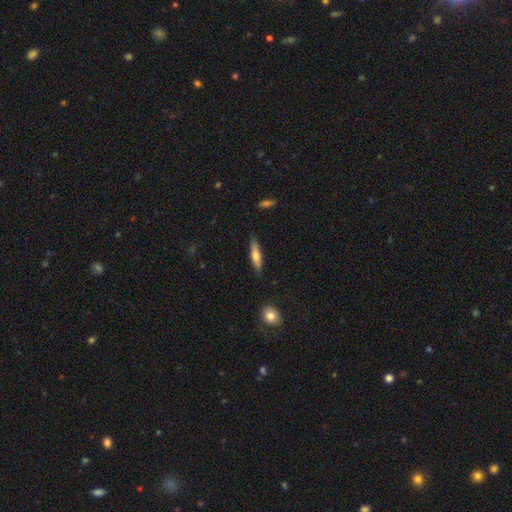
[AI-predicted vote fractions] Smooth or featured? Predicted: smooth (p=0.61). How rounded? Predicted: cigar-shaped (p=0.80). Merging? Predicted: none (p=0.86).